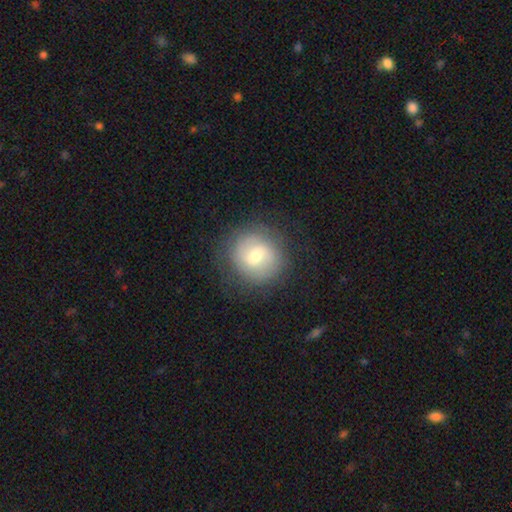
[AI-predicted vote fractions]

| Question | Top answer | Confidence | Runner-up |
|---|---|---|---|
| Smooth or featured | smooth | 47% | featured or disk (45%) |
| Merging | none | 83% | minor disturbance (11%) |